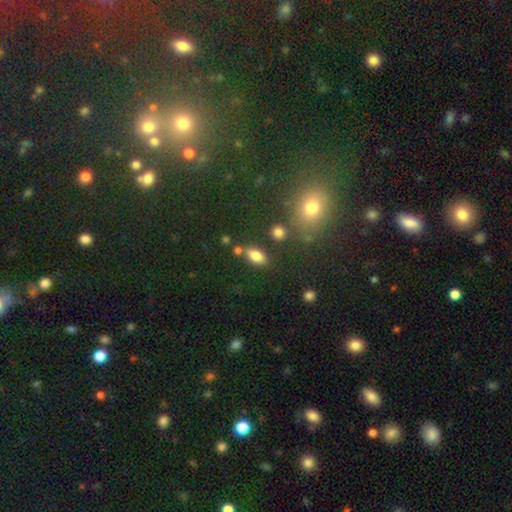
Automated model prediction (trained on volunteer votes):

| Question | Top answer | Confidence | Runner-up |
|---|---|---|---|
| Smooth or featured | smooth | 82% | star or artifact (10%) |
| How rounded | in between | 88% | round (7%) |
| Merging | none | 75% | minor disturbance (12%) |